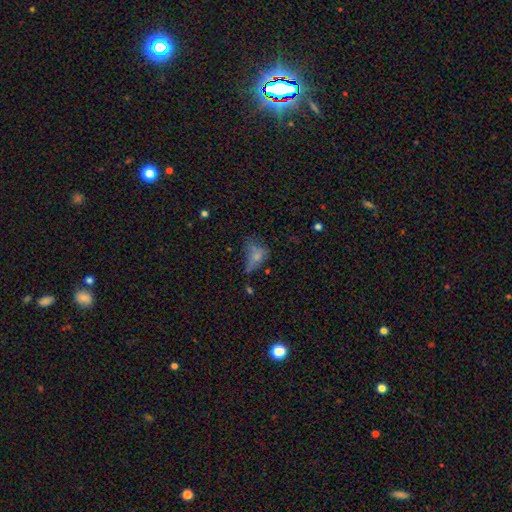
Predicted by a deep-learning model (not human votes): Smooth or featured?
  - smooth: 60% *
  - featured or disk: 23%
  - star or artifact: 16%
How rounded?
  - in between: 79% *
  - round: 16%
  - cigar-shaped: 5%
Merging?
  - major disturbance: 34% *
  - none: 28%
  - minor disturbance: 25%
  - merger: 12%